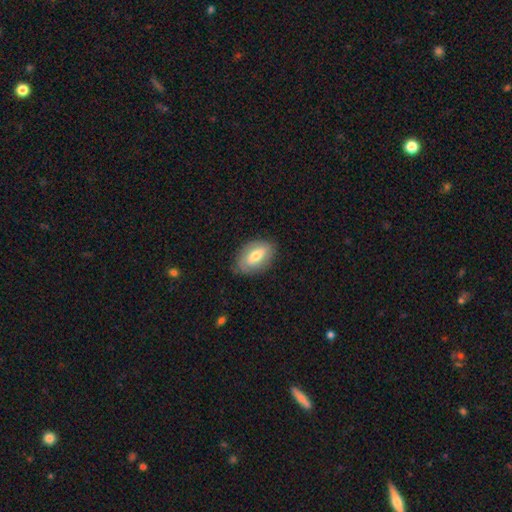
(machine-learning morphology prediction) This appears to be a smooth galaxy with no disk features (64%) that is in between round and cigar-shaped (90%). Merging: none (78%).